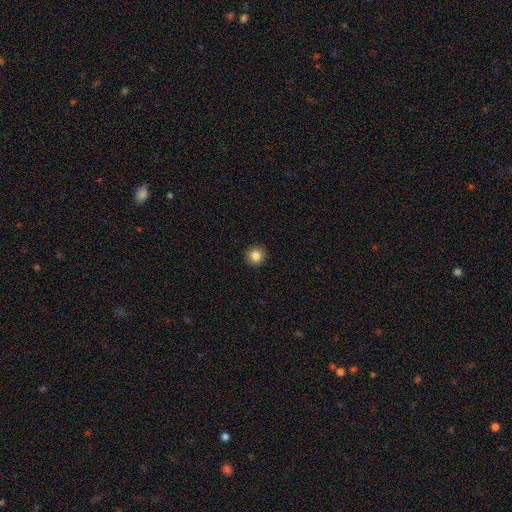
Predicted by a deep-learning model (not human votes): Morphology: type=smooth (84%); roundness=round (93%); merging=none (92%).